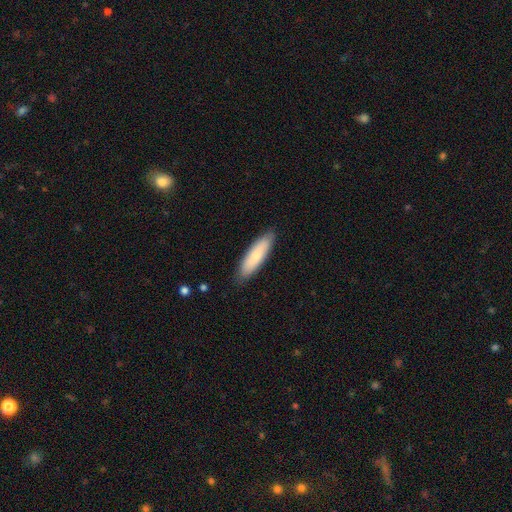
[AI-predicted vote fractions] Smooth or featured? Predicted: smooth (p=0.77). How rounded? Predicted: cigar-shaped (p=0.60). Merging? Predicted: none (p=0.87).